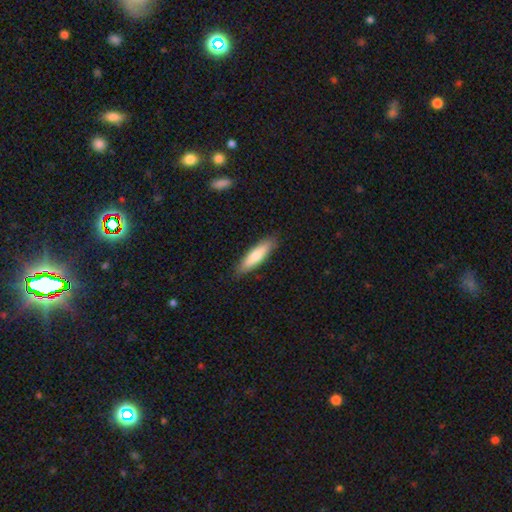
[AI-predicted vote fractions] Smooth or featured? Predicted: smooth (p=0.72). How rounded? Predicted: cigar-shaped (p=0.65). Merging? Predicted: none (p=0.86).